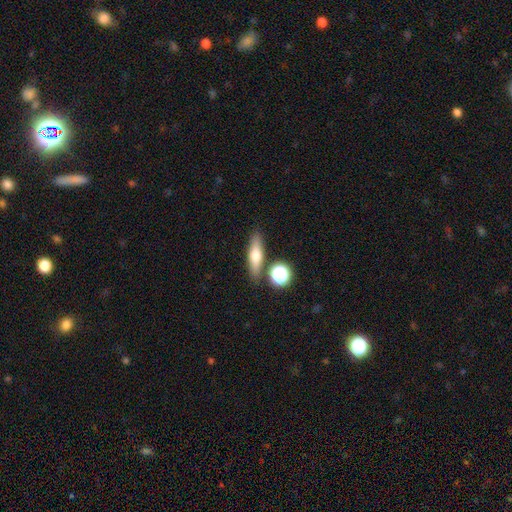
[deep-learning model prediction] smooth-or-featured: smooth: 60% | featured or disk: 31% | star or artifact: 9%
  how-rounded: cigar-shaped: 52% | in between: 38% | round: 10%
  merging: none: 79% | minor disturbance: 10% | merger: 8% | major disturbance: 3%